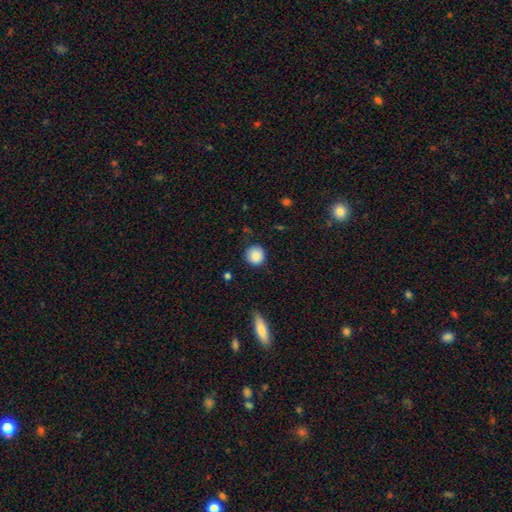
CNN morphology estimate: This appears to be a smooth galaxy with no disk features (87%) that is round (92%). Merging: none (86%).